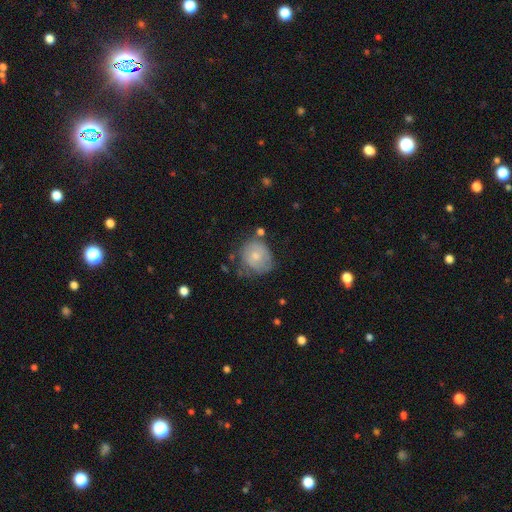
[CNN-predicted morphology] Overall: smooth (57%; featured or disk 36%). How rounded: round (74%). Merging: none (51%; minor disturbance 30%).